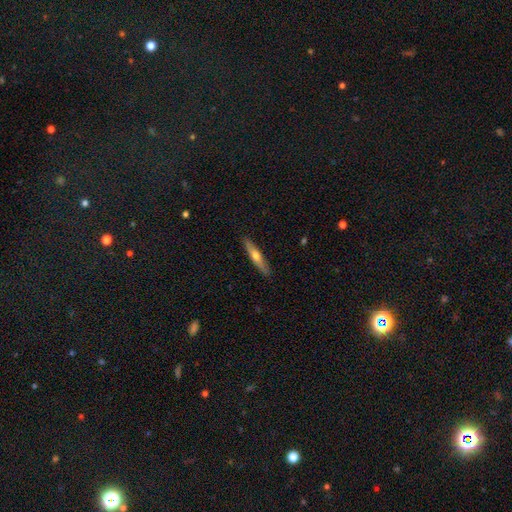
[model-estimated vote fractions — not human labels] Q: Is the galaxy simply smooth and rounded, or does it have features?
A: featured or disk — 47%, tied with smooth.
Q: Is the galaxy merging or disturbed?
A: none — 90%.